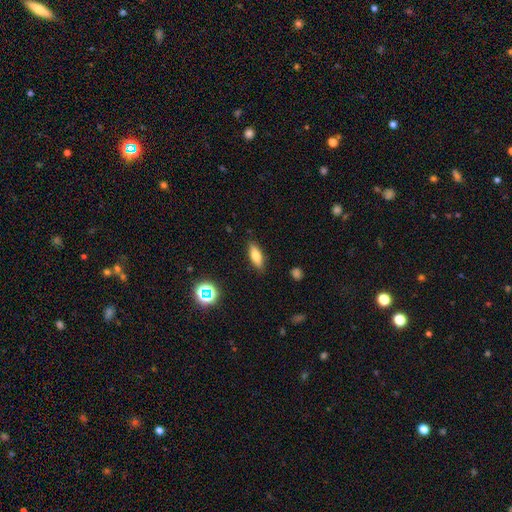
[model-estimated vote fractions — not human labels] Q: Smooth or featured?
A: smooth (76%); runner-up: featured or disk (15%)
Q: How rounded?
A: in between (63%); runner-up: cigar-shaped (33%)
Q: Merging?
A: none (86%); runner-up: minor disturbance (10%)